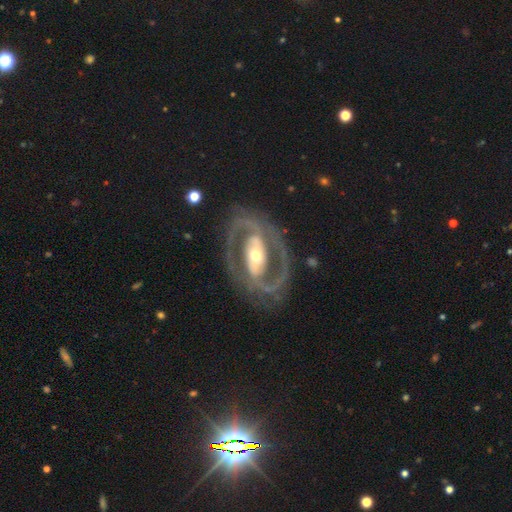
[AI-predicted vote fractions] Smooth or featured? featured or disk (88%)
Edge-on disk? no (95%)
Bar? strong (46%)
Spiral arms? yes (86%)
Spiral winding? medium (47%)
Spiral arm count? 2 (87%)
Bulge size? moderate (63%)
Merging? none (78%)